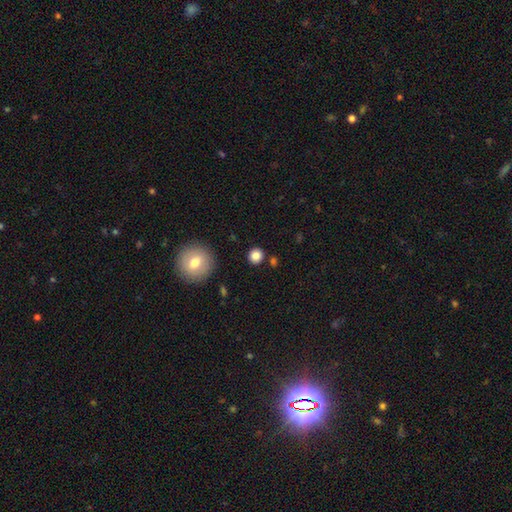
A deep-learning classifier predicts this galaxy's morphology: Smooth or featured? Predicted: smooth (p=0.83). How rounded? Predicted: round (p=0.91). Merging? Predicted: none (p=0.87).